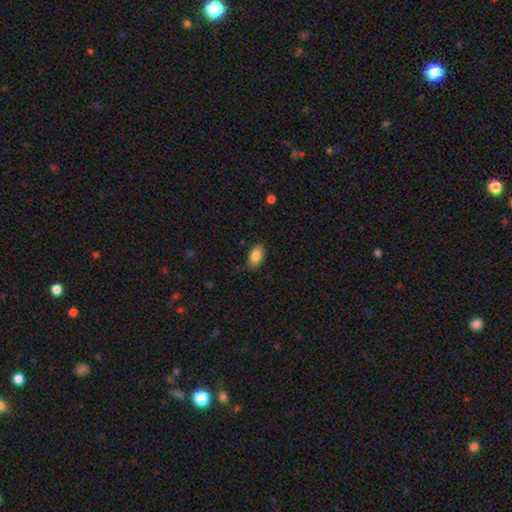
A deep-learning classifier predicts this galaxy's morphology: The model was most divided on "merging": none: 84%, minor disturbance: 12%, major disturbance: 3%, merger: 1%. More confident: how rounded — in between (92%); smooth or featured — smooth (84%).